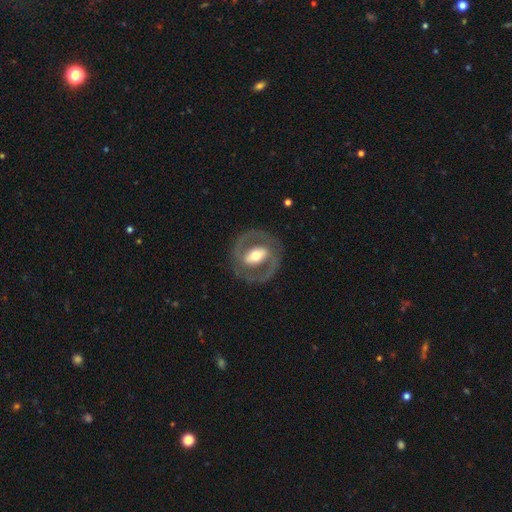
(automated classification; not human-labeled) Smooth or featured? featured or disk (77%)
Edge-on disk? no (95%)
Bar? strong (47%)
Spiral arms? yes (63%)
Bulge size? moderate (64%)
Merging? none (82%)